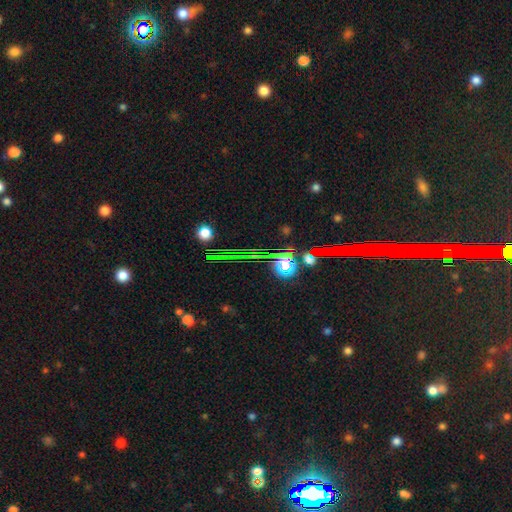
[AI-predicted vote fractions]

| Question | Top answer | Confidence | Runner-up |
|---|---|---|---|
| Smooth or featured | star or artifact | 73% | featured or disk (15%) |